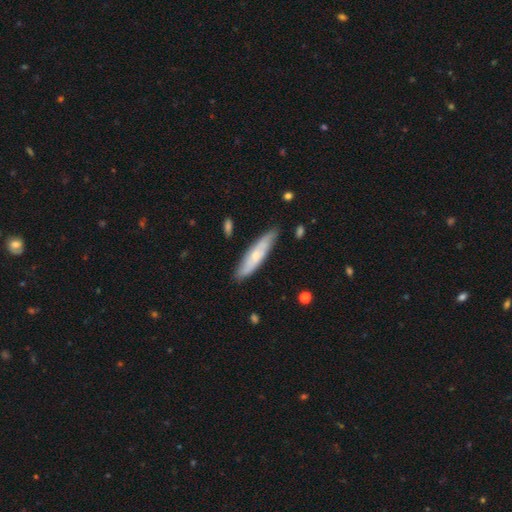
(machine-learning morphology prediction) This appears to be a smooth galaxy with no disk features (56%) that is cigar-shaped (77%). Merging: none (82%).